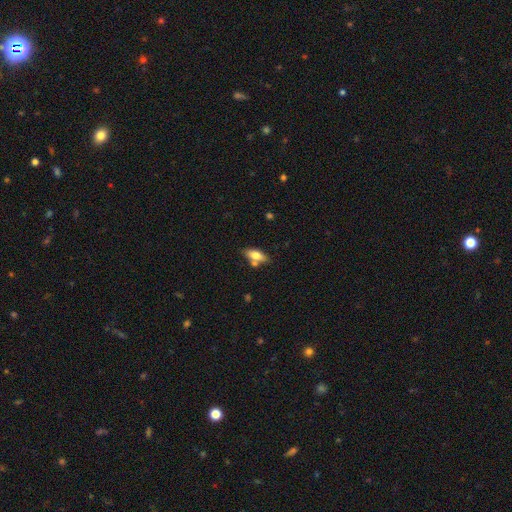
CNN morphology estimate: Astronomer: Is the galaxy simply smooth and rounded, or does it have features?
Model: smooth — 69%.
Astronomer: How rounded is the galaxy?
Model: in between — 78%.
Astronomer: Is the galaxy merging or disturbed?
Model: none — 64%.